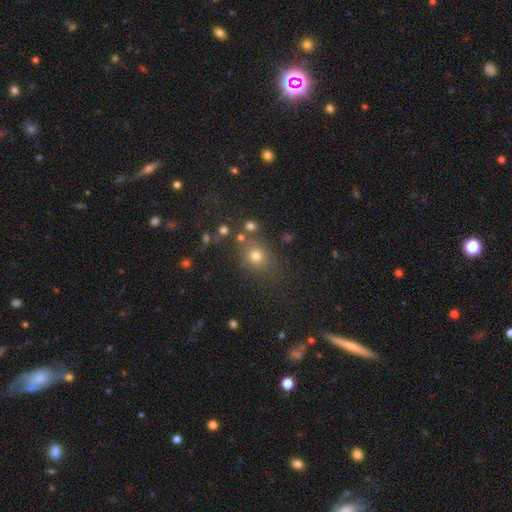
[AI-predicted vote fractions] Smooth or featured: smooth — 72% (star or artifact — 19%)
How rounded: round — 69% (in between — 29%)
Merging: none — 72% (minor disturbance — 13%)